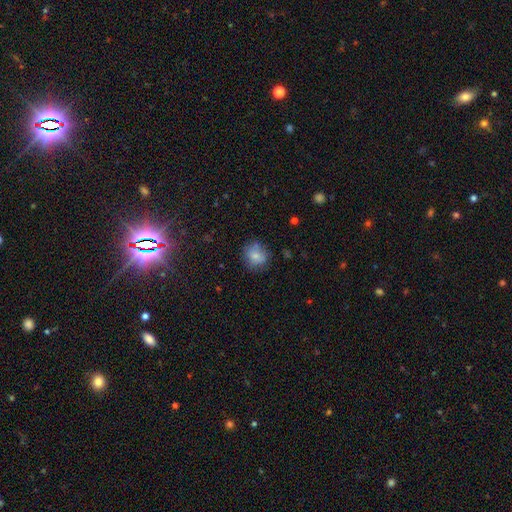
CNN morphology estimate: smooth_or_featured: smooth (p=0.75) [alt: featured or disk p=0.15]
how_rounded: round (p=0.75) [alt: in between p=0.24]
merging: none (p=0.70) [alt: minor disturbance p=0.20]